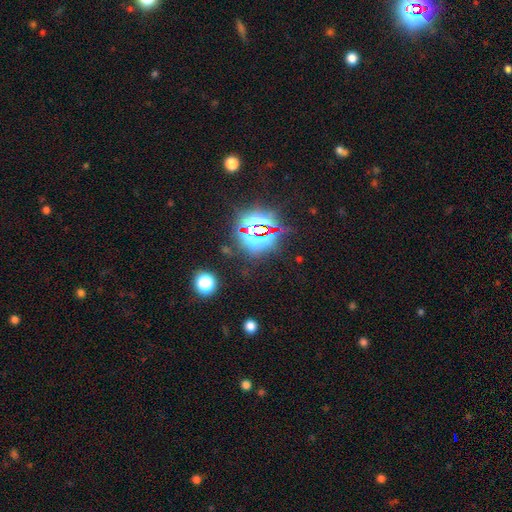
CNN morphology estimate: Smooth or featured: star or artifact — 82% (smooth — 11%)